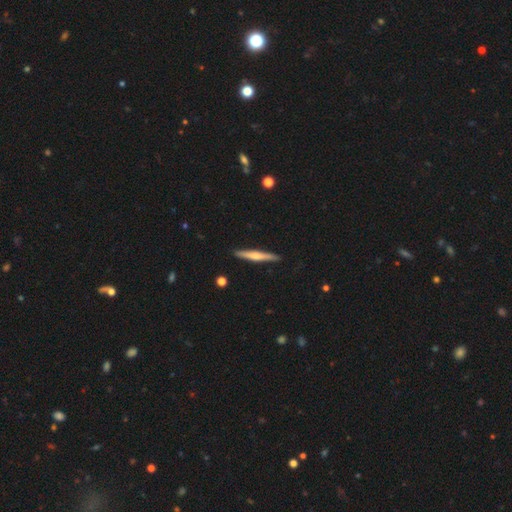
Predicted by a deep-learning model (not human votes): Q: Smooth or featured?
A: featured or disk (53%); runner-up: smooth (42%)
Q: Edge-on disk?
A: yes (97%); runner-up: no (3%)
Q: Edge-on bulge?
A: rounded (72%); runner-up: none (20%)
Q: Merging?
A: none (90%); runner-up: minor disturbance (7%)